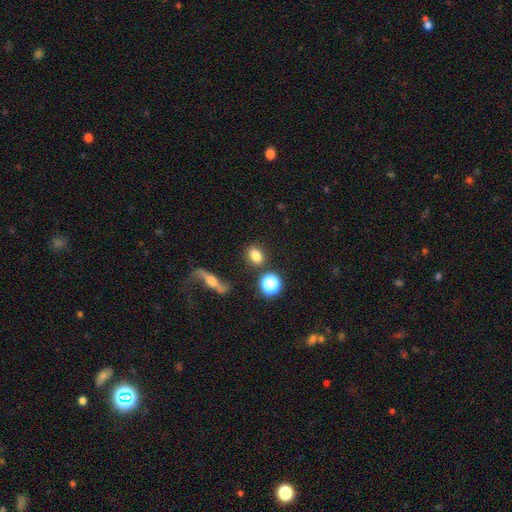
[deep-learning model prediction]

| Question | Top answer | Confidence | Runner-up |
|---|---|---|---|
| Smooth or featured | smooth | 79% | star or artifact (11%) |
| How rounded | in between | 49% | round (47%) |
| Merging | none | 80% | minor disturbance (10%) |